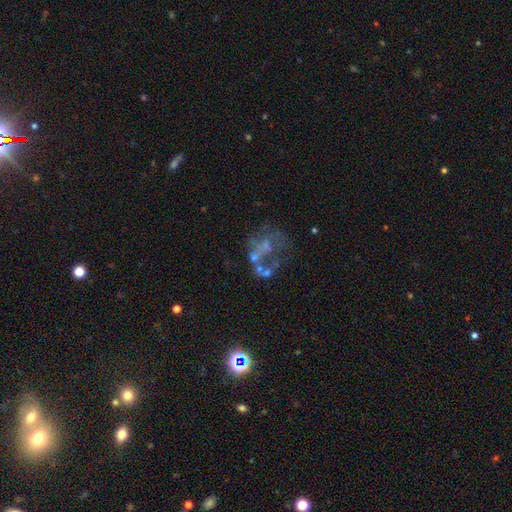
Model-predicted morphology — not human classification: smooth-or-featured: featured or disk: 59% | star or artifact: 23% | smooth: 18%
  disk-edge-on: no: 98% | yes: 2%
    bar: no: 89% | weak: 8% | strong: 3%
    has-spiral-arms: no: 88% | yes: 12%
    bulge-size: none: 68% | small: 18% | moderate: 11% | large: 2% | dominant: 1%
  merging: none: 38% | major disturbance: 30% | merger: 19% | minor disturbance: 13%